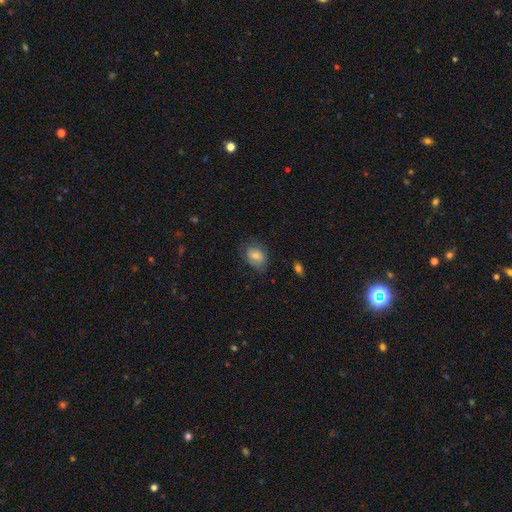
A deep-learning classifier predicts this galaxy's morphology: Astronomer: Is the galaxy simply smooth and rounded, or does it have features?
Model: smooth — 76%.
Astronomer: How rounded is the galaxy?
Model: in between — 72%.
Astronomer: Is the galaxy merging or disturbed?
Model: none — 66%.